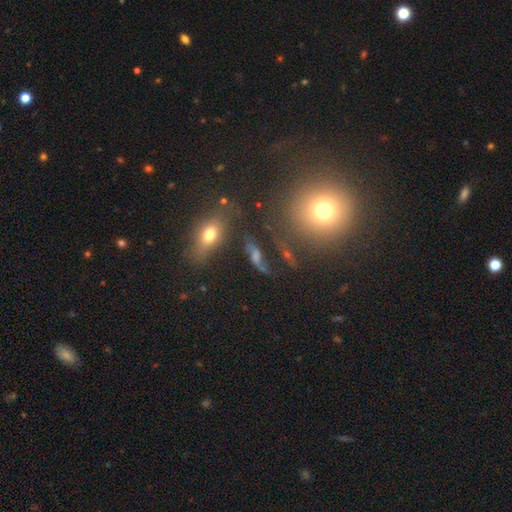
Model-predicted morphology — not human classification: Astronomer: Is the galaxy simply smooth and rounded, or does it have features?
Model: smooth — 41% (runner-up: featured or disk, 36%).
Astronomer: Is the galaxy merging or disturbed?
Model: none — 63%.